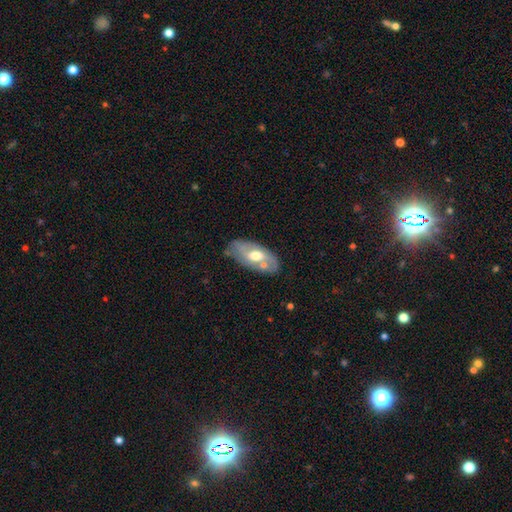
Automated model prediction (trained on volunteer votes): Smooth or featured?
  - featured or disk: 55% *
  - smooth: 39%
  - star or artifact: 6%
Edge-on disk?
  - no: 87% *
  - yes: 13%
Merging?
  - none: 57% *
  - minor disturbance: 24%
  - merger: 12%
  - major disturbance: 7%